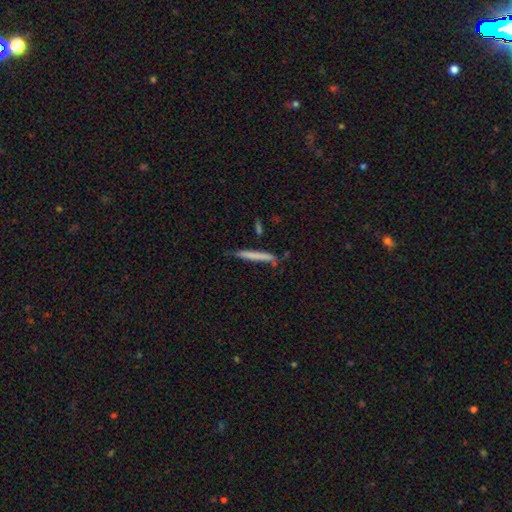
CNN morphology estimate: smooth-or-featured: smooth: 66% | featured or disk: 27% | star or artifact: 6%
  how-rounded: cigar-shaped: 96% | in between: 3% | round: 1%
  merging: none: 74% | minor disturbance: 18% | merger: 4% | major disturbance: 4%